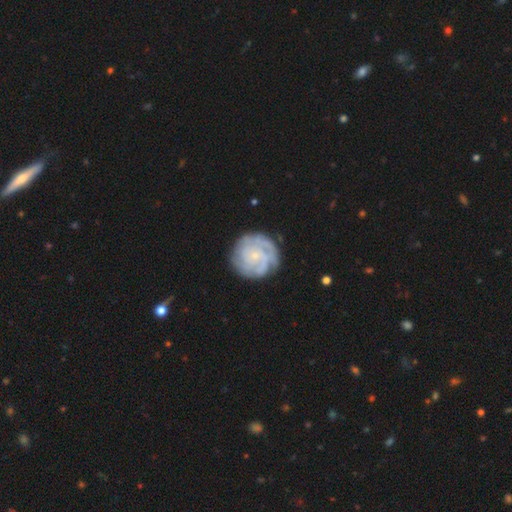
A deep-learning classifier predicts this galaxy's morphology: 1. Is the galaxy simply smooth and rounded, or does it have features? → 73% featured or disk, 21% smooth, 6% star or artifact.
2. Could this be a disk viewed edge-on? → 98% no, 2% yes.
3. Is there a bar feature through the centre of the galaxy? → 77% no, 20% weak, 3% strong.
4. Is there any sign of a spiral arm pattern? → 89% yes, 11% no.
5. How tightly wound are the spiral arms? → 70% tight, 23% medium, 7% loose.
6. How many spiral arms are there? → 40% can't tell, 19% 3, 14% 4, 13% 2, 7% more than 4, 7% 1.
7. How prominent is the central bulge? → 80% small, 11% moderate, 7% none, 1% large, 1% dominant.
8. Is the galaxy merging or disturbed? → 76% none, 16% minor disturbance, 6% major disturbance, 2% merger.